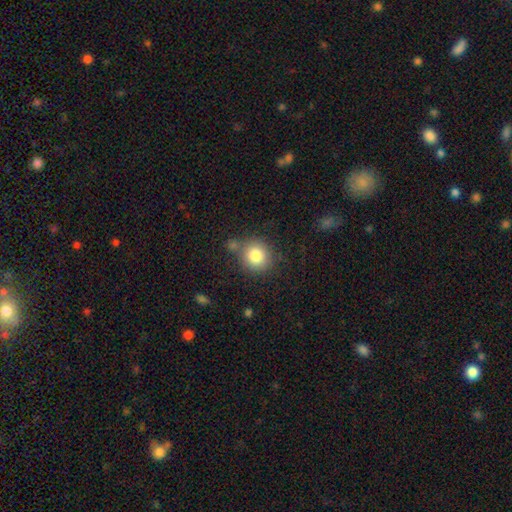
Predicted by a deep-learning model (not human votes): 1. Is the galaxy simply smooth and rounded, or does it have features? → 82% smooth, 9% star or artifact, 8% featured or disk.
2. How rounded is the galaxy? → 87% round, 12% in between, 1% cigar-shaped.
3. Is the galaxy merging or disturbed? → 72% none, 13% minor disturbance, 11% merger, 4% major disturbance.